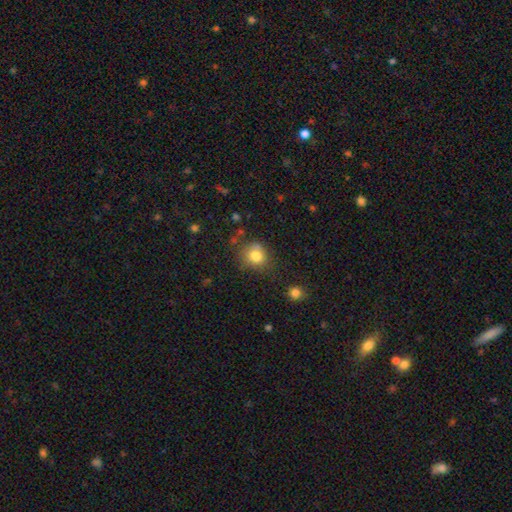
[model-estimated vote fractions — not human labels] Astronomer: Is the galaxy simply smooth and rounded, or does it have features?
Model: smooth — 80%.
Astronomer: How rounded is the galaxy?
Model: round — 78%.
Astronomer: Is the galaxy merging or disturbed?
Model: none — 69%.